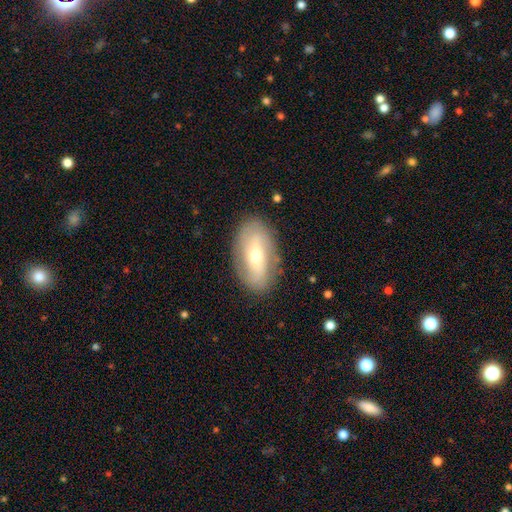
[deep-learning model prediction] Overall: featured or disk (58%; smooth 34%). Edge-on disk: no (88%). Bar: no (44%; weak 33%). Spiral arms: yes (62%; no 38%). Bulge size: moderate (54%; small 41%). Merging: none (83%).